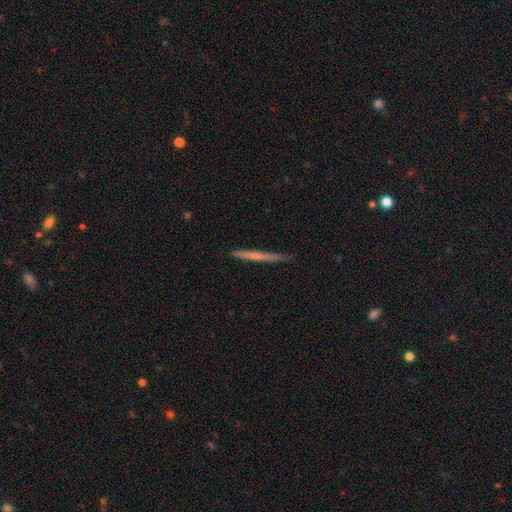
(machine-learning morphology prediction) Smooth or featured: smooth — 50% (featured or disk — 45%)
Merging: none — 86% (minor disturbance — 11%)